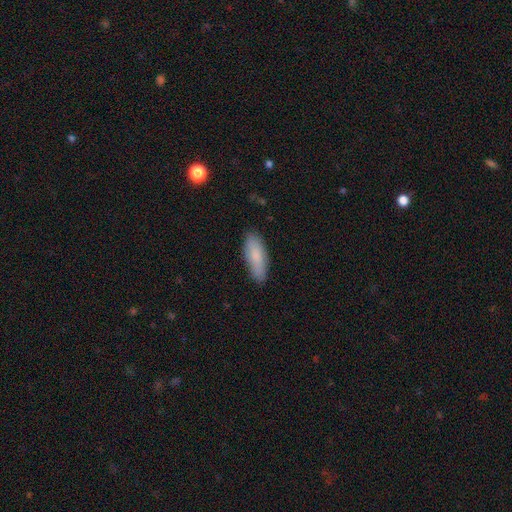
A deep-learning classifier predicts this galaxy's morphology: A smooth galaxy with no disk features (83%) that is in between round and cigar-shaped (64%). Merging: none (84%).